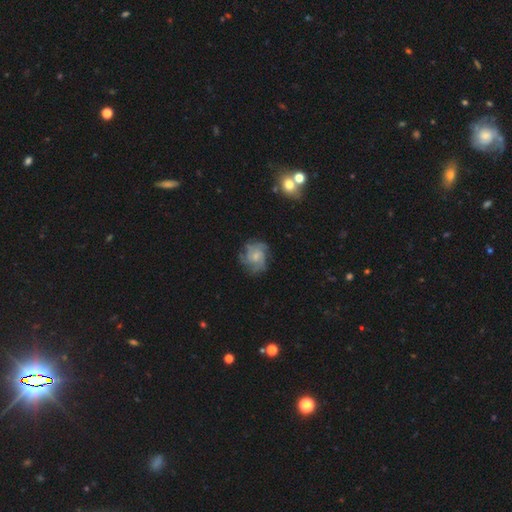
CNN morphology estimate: A featured or disk galaxy (76%) with no bar (66%), tight (50%) spiral arms (93%) and a small central bulge (54%). Merging: none (71%).